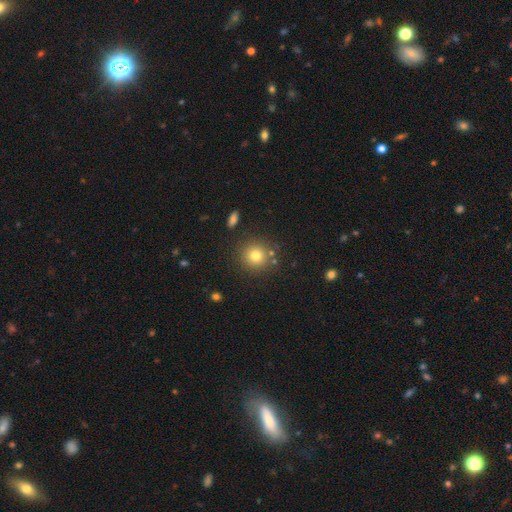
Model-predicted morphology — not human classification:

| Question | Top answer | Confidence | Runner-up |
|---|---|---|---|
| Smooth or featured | smooth | 77% | star or artifact (13%) |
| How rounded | round | 92% | in between (7%) |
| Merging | none | 84% | minor disturbance (8%) |